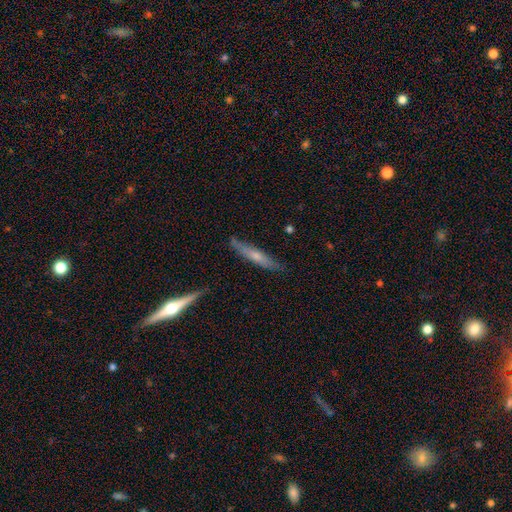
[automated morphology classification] Smooth or featured: featured or disk — 51% (smooth — 43%)
Edge-on disk: yes — 90% (no — 10%)
Merging: none — 81% (minor disturbance — 15%)